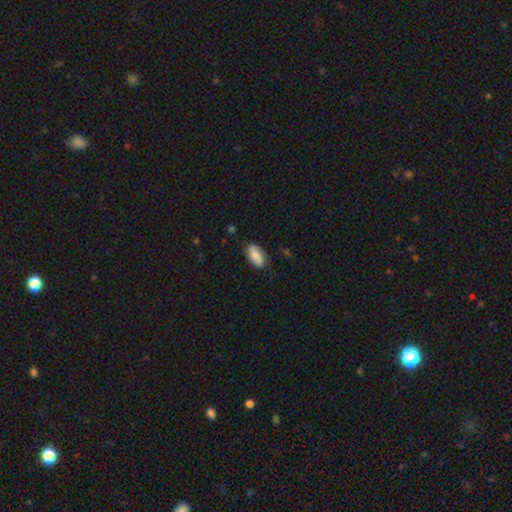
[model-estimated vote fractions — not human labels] Overall: smooth (76%). How rounded: in between (90%). Merging: none (77%).